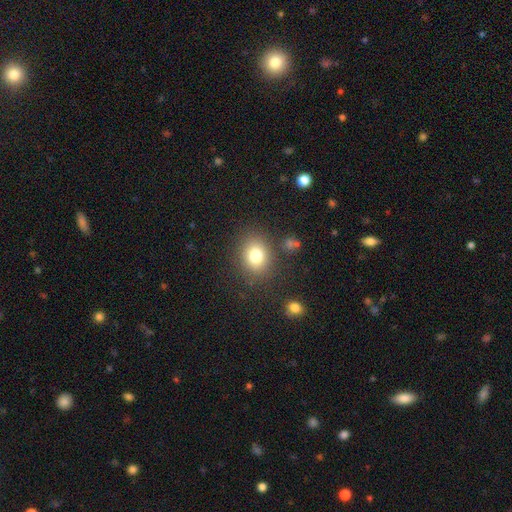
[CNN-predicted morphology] Smooth or featured?
  - smooth: 79% *
  - star or artifact: 12%
  - featured or disk: 9%
How rounded?
  - round: 54% *
  - in between: 45%
  - cigar-shaped: 1%
Merging?
  - none: 82% *
  - minor disturbance: 10%
  - major disturbance: 4%
  - merger: 3%